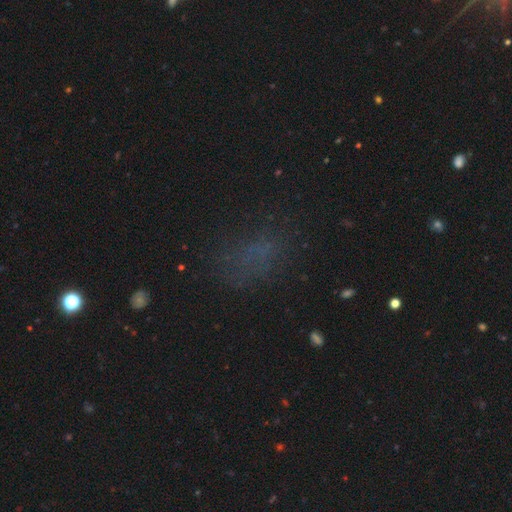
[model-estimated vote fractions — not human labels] Morphology: type=smooth (49%); merging=none (64%).